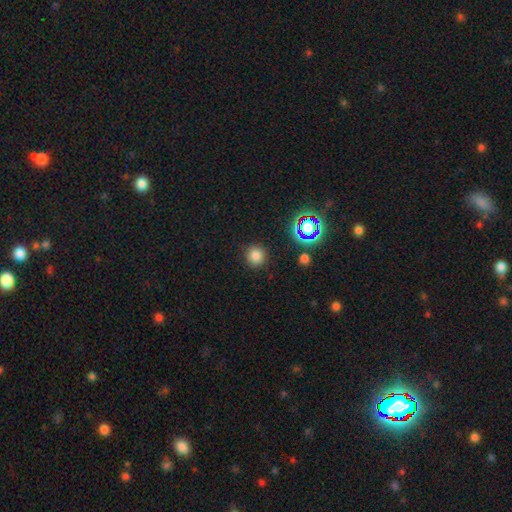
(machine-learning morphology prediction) smooth-or-featured: smooth: 77% | star or artifact: 18% | featured or disk: 5%
  how-rounded: round: 93% | in between: 6% | cigar-shaped: 1%
  merging: none: 89% | minor disturbance: 6% | major disturbance: 3% | merger: 2%